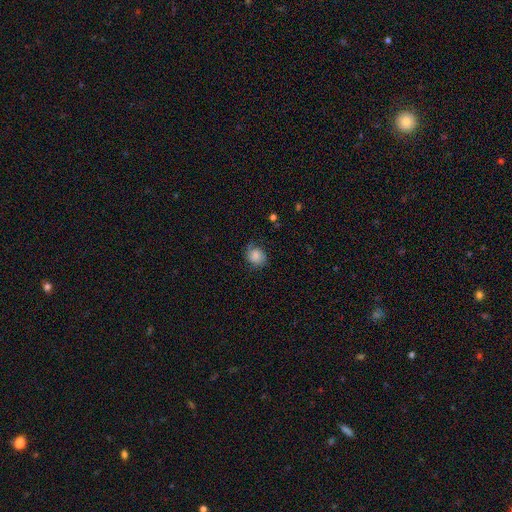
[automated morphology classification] type=smooth (72%); roundness=round (60%); merging=none (60%).